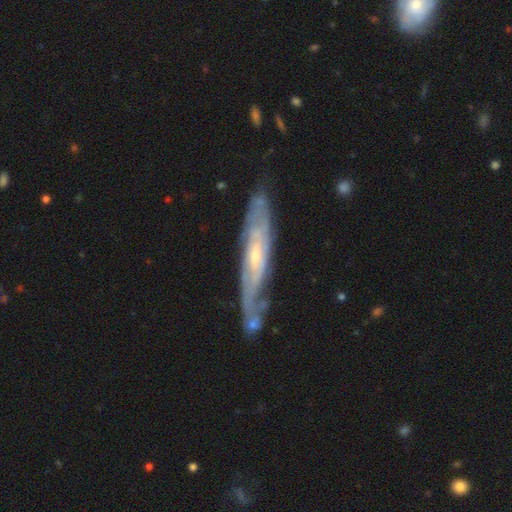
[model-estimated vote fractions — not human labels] Smooth or featured? featured or disk (81%)
Edge-on disk? no (61%)
Merging? none (70%)